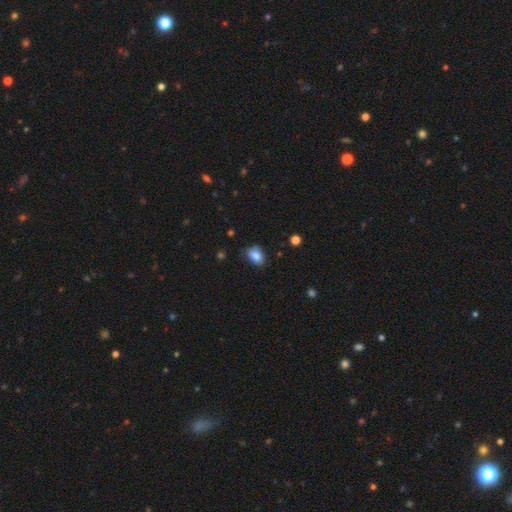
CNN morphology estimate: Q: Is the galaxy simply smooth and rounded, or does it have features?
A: smooth — 84%.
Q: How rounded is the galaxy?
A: in between — 76%.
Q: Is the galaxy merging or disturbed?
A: none — 73%.